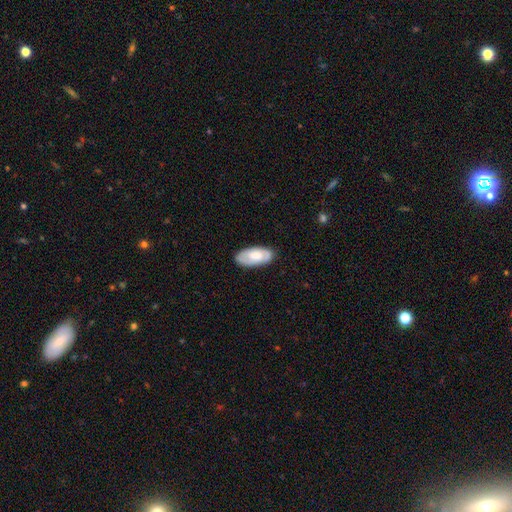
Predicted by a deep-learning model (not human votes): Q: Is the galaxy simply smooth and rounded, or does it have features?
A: smooth — 57%.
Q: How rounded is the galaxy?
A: in between — 92%.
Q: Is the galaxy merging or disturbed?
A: none — 83%.